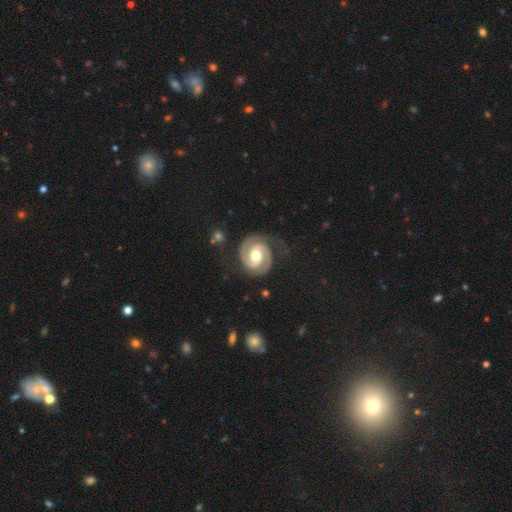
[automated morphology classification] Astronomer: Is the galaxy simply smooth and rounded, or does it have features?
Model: featured or disk — 90%.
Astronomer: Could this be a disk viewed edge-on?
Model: no — 98%.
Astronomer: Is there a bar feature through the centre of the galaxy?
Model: weak — 41% (runner-up: no, 38%).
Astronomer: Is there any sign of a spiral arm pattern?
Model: yes — 98%.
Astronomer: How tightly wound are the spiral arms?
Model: tight — 54% (runner-up: medium, 39%).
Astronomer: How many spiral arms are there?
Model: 2 — 93%.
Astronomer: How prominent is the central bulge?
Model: moderate — 76%.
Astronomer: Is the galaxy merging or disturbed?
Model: none — 78%.